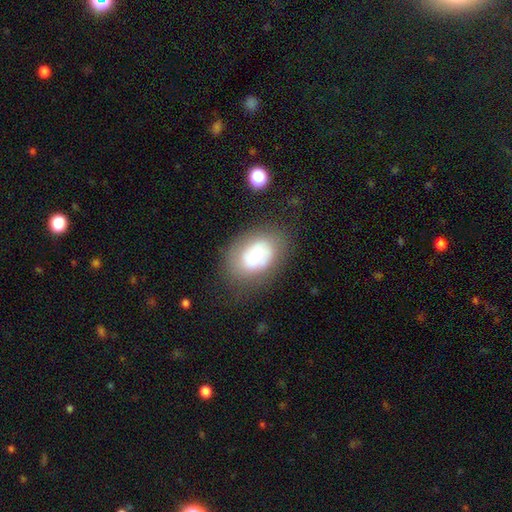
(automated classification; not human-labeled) Overall: smooth (52%; featured or disk 38%). How rounded: in between (77%). Merging: none (66%).